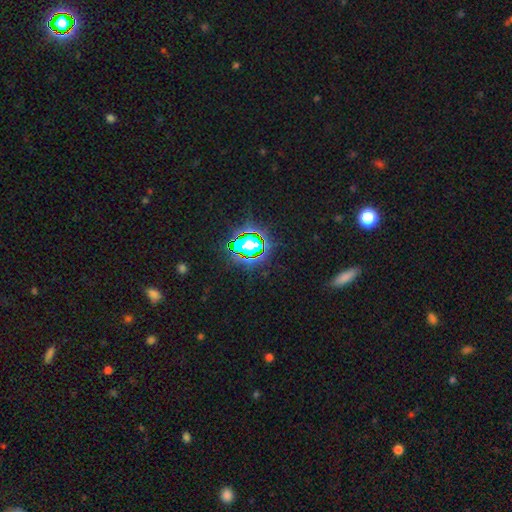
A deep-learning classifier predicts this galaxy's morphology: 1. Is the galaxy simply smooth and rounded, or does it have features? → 76% star or artifact, 16% smooth, 8% featured or disk.